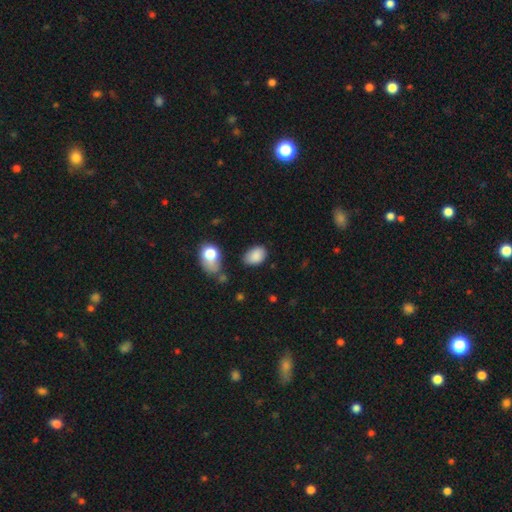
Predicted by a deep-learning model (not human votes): This is clearly a smooth galaxy (85%). How rounded: clearly in between (84%). Merging: likely none (72%).